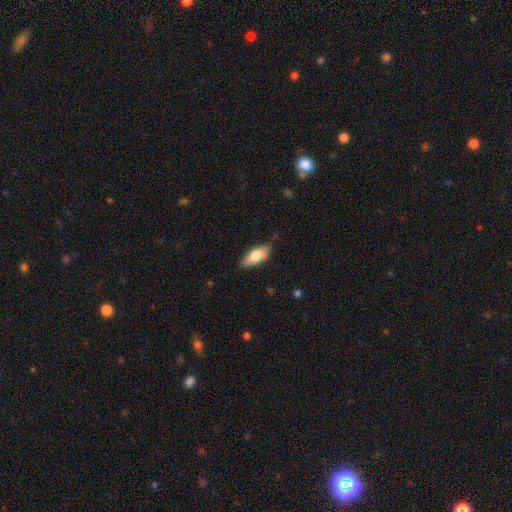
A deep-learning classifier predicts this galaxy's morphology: The model was most divided on "smooth or featured": smooth: 75%, featured or disk: 19%, star or artifact: 6%. More confident: how rounded — in between (80%); merging — none (76%).